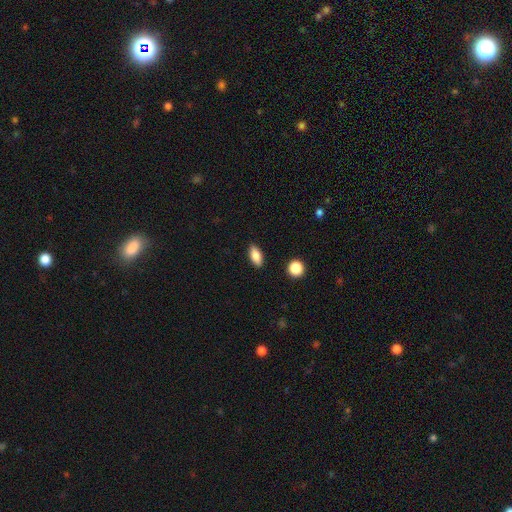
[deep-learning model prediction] Q: Smooth or featured?
A: smooth (85%); runner-up: featured or disk (8%)
Q: How rounded?
A: in between (87%); runner-up: cigar-shaped (9%)
Q: Merging?
A: none (89%); runner-up: minor disturbance (8%)